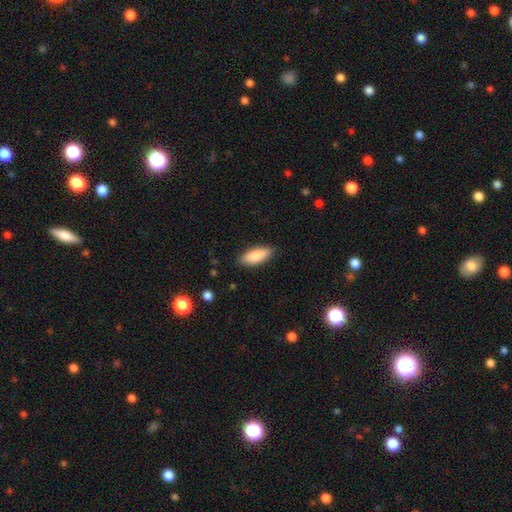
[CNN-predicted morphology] This is clearly a smooth galaxy (85%). How rounded: likely in between (71%). Merging: clearly none (86%).